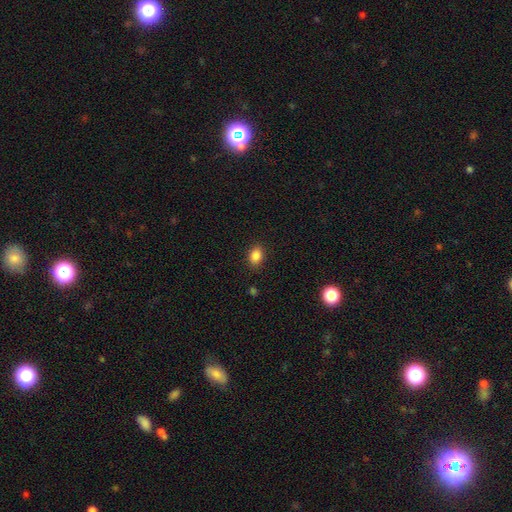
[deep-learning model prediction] A smooth galaxy with no disk features (86%) that is in between round and cigar-shaped (73%).

Vote fractions:
- Smooth or featured? smooth: 86% / star or artifact: 10% / featured or disk: 4%
- How rounded? in between: 73% / round: 26% / cigar-shaped: 1%
- Merging? none: 87% / minor disturbance: 9% / major disturbance: 3% / merger: 1%